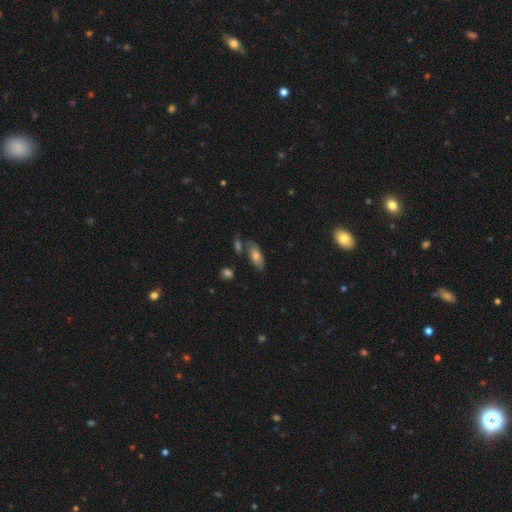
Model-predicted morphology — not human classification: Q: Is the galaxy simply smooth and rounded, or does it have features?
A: smooth — 65%.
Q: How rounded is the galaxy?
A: in between — 85%.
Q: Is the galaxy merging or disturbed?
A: none — 66%.